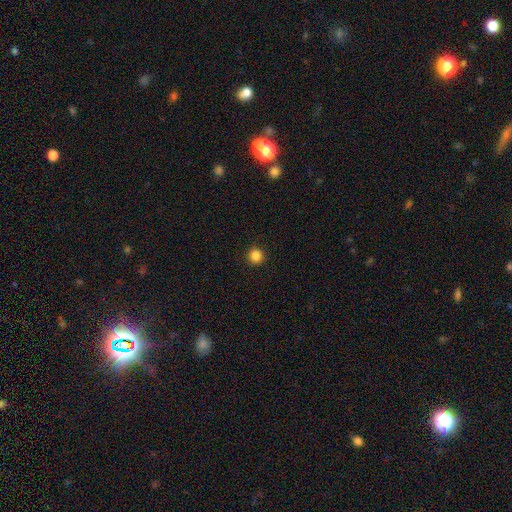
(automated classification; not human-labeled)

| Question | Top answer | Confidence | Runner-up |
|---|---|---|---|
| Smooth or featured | smooth | 85% | star or artifact (12%) |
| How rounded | round | 95% | in between (4%) |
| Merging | none | 93% | minor disturbance (4%) |